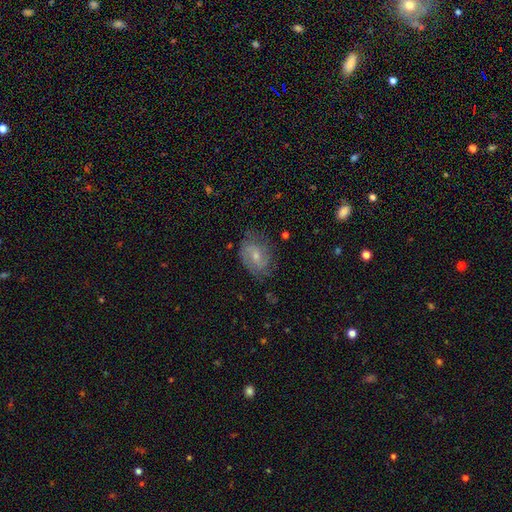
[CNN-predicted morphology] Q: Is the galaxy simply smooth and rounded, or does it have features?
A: featured or disk — 71%.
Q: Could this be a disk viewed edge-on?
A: no — 97%.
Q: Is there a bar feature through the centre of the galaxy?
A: weak — 48%.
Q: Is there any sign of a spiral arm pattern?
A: yes — 90%.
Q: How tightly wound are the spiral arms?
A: medium — 44%.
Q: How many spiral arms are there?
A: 2 — 59%.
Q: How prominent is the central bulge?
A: small — 52%.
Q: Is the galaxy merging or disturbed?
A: none — 67%.